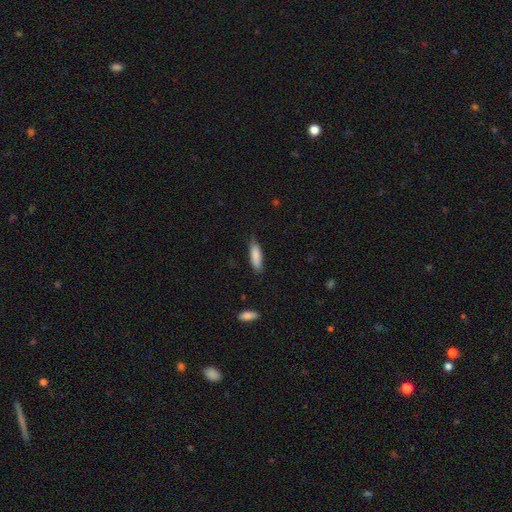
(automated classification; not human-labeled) Smooth or featured? smooth (85%)
How rounded? cigar-shaped (61%)
Merging? none (76%)